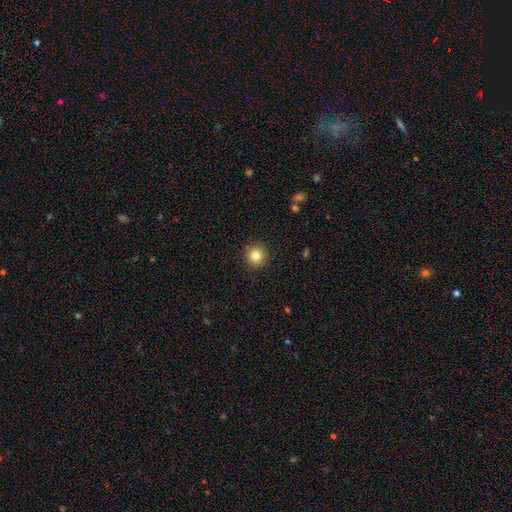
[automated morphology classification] This appears to be a smooth galaxy with no disk features (82%) that is round (95%). Merging: none (92%).